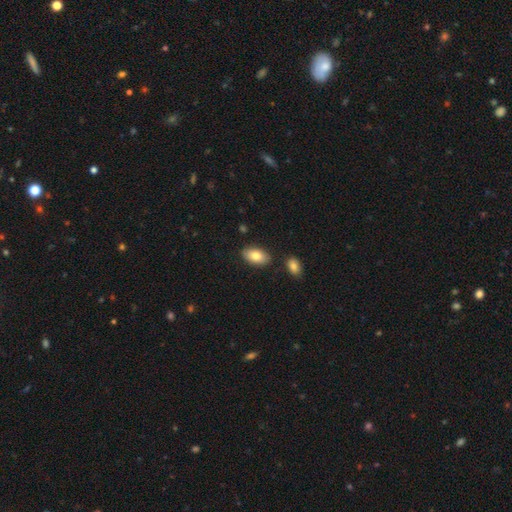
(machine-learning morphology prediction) This appears to be a smooth galaxy with no disk features (82%) that is in between round and cigar-shaped (94%). Merging: none (84%).